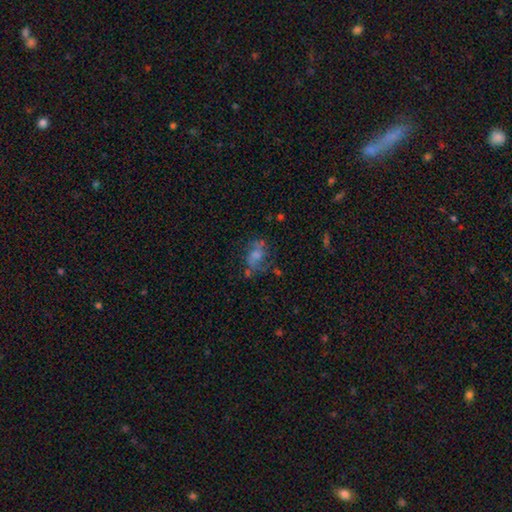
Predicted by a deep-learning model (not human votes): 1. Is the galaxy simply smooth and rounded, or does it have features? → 50% featured or disk, 35% smooth, 16% star or artifact.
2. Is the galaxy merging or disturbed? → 55% none, 21% minor disturbance, 17% major disturbance, 7% merger.